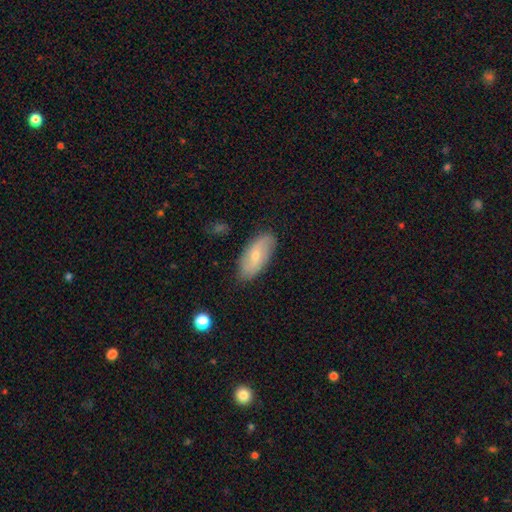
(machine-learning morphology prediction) This is possibly a smooth galaxy (53%). How rounded: clearly in between (89%). Merging: clearly none (82%).